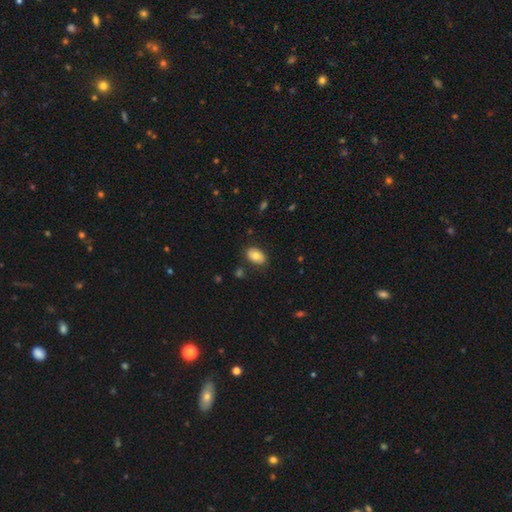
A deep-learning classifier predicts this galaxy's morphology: Smooth or featured: smooth — 78% (featured or disk — 15%)
How rounded: in between — 88% (round — 11%)
Merging: none — 82% (minor disturbance — 13%)